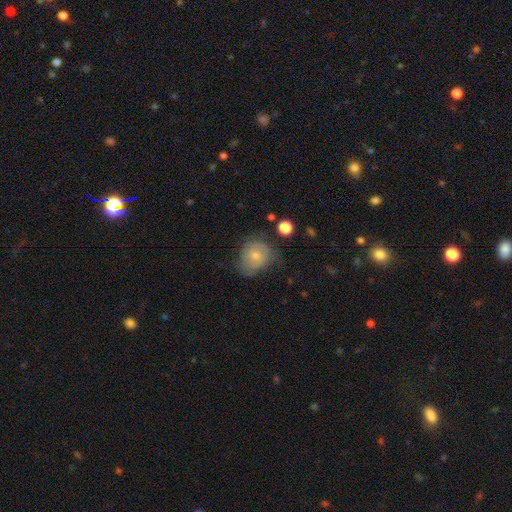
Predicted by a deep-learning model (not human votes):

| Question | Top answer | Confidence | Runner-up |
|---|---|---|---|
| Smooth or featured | smooth | 67% | featured or disk (25%) |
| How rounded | round | 65% | in between (34%) |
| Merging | none | 50% | minor disturbance (33%) |